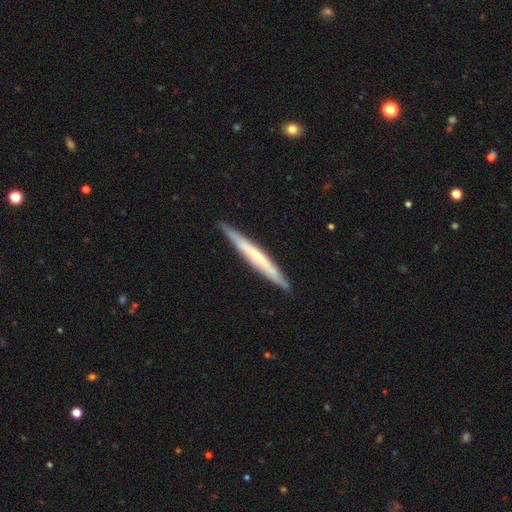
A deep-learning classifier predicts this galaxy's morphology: The model was most divided on "smooth or featured": featured or disk: 54%, smooth: 40%, star or artifact: 6%. More confident: edge-on disk — yes (94%); merging — none (89%); edge-on bulge — none (67%).